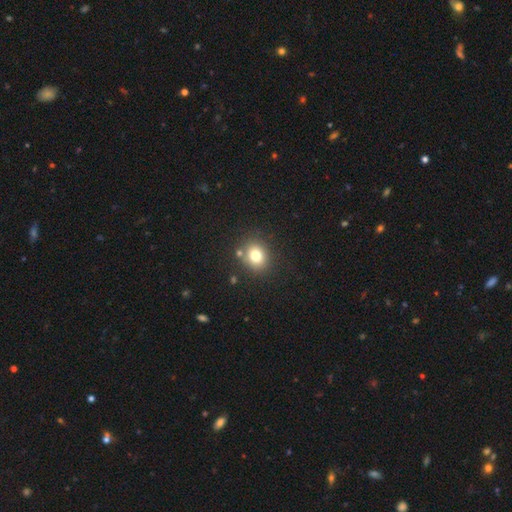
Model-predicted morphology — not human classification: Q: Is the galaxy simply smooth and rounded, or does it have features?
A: smooth — 77%.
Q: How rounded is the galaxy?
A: round — 69%.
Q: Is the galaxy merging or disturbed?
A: none — 80%.